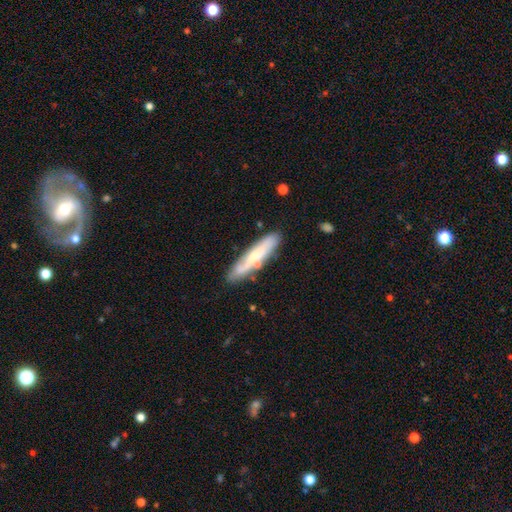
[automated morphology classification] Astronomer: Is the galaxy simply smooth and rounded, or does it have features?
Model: featured or disk — 47%, tied with smooth at 47%.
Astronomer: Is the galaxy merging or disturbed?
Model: none — 74%.